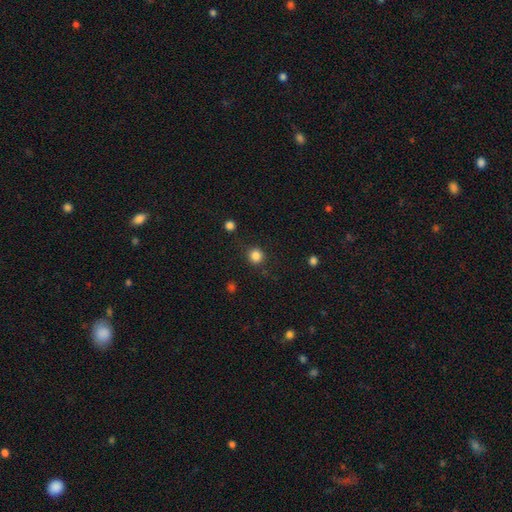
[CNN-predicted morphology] smooth-or-featured: smooth: 85% | star or artifact: 12% | featured or disk: 4%
  how-rounded: round: 93% | in between: 7% | cigar-shaped: 1%
  merging: none: 87% | minor disturbance: 8% | major disturbance: 3% | merger: 2%